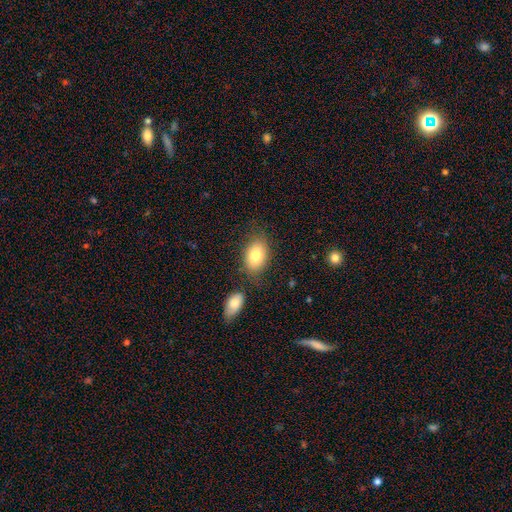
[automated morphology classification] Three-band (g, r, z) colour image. It shows a smooth galaxy with no disk features (81%) that is in between round and cigar-shaped (84%). Merging: none (70%).